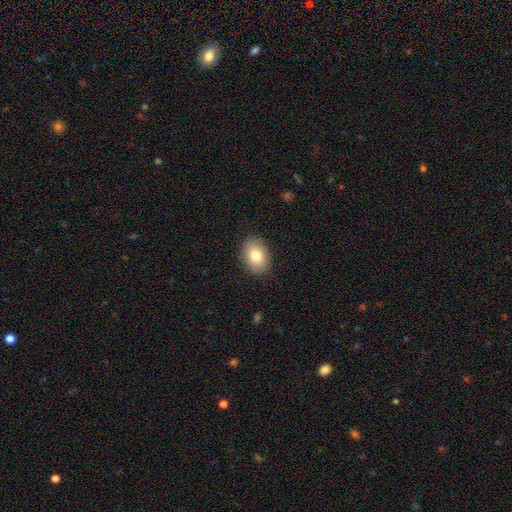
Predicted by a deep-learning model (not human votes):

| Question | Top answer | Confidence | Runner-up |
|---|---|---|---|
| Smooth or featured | smooth | 82% | featured or disk (11%) |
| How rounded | in between | 80% | round (19%) |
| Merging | none | 89% | minor disturbance (8%) |